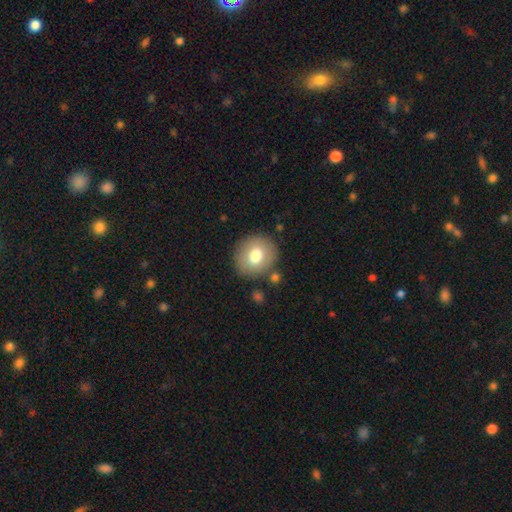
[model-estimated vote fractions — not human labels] Morphology: type=smooth (73%); roundness=round (79%); merging=none (83%).